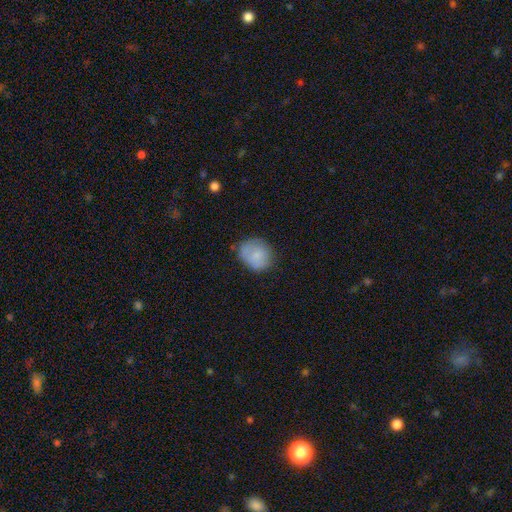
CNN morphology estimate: A smooth galaxy with no disk features (79%) that is round (66%).

Vote fractions:
- Smooth or featured? smooth: 79% / featured or disk: 14% / star or artifact: 8%
- How rounded? round: 66% / in between: 33% / cigar-shaped: 1%
- Merging? none: 62% / minor disturbance: 27% / major disturbance: 8% / merger: 3%